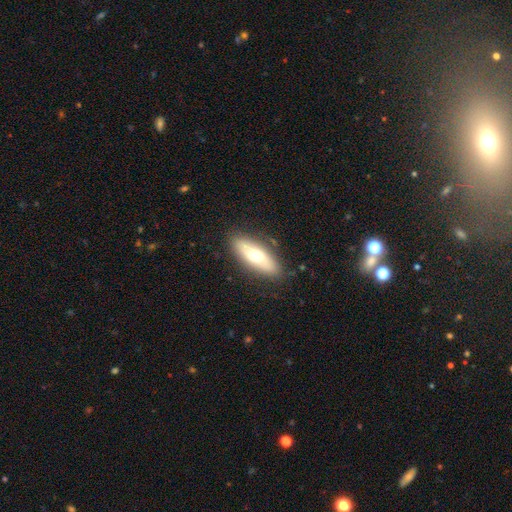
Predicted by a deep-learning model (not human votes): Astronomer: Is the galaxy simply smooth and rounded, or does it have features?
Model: smooth — 58% (runner-up: featured or disk, 37%).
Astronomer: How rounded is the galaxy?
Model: in between — 67%.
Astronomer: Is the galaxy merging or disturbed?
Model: none — 84%.